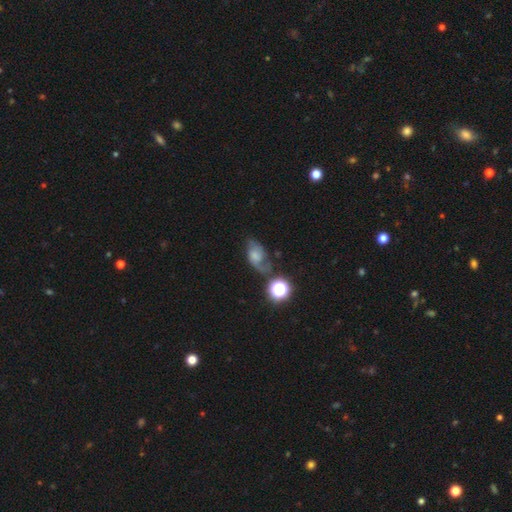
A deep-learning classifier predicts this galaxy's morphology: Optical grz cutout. It shows a featured or disk galaxy (57%) with no bar (68%), spiral arms (88%) and a small central bulge (35%). Merging: none (47%).